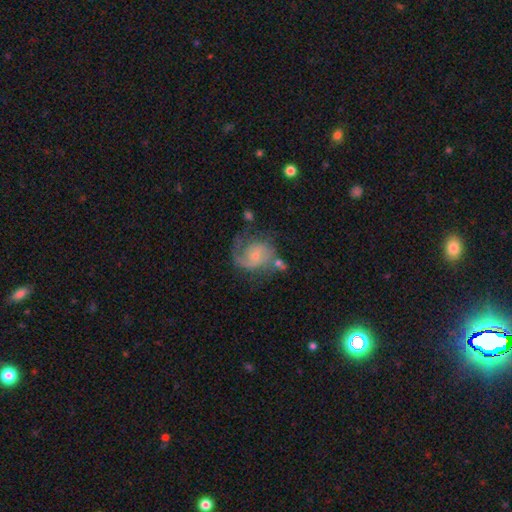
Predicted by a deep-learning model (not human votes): featured or disk 76%, smooth 18%, star or artifact 7%. Down the decision tree: edge-on disk — no (98%); bar — no (66%); spiral arms — yes (91%); spiral arm count — 2 (42%); spiral winding — medium (43%); bulge size — small (58%); merging — none (46%).